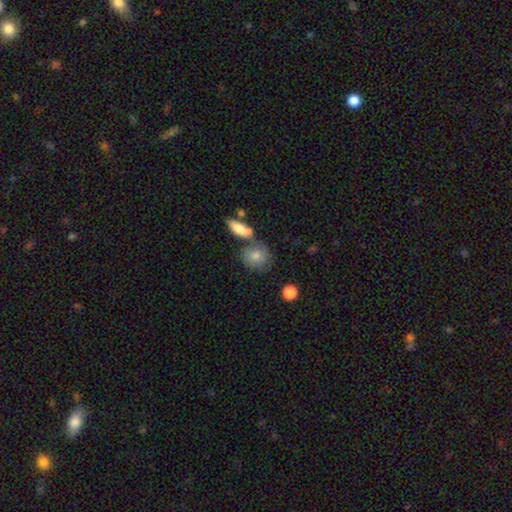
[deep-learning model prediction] The model was most divided on "merging": none: 58%, merger: 22%, minor disturbance: 15%, major disturbance: 5%. More confident: smooth or featured — smooth (77%); how rounded — round (69%).